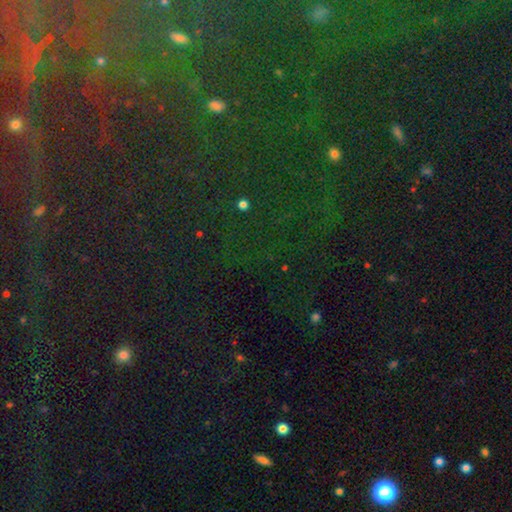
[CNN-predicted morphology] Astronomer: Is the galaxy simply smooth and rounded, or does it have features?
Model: star or artifact — 79%.